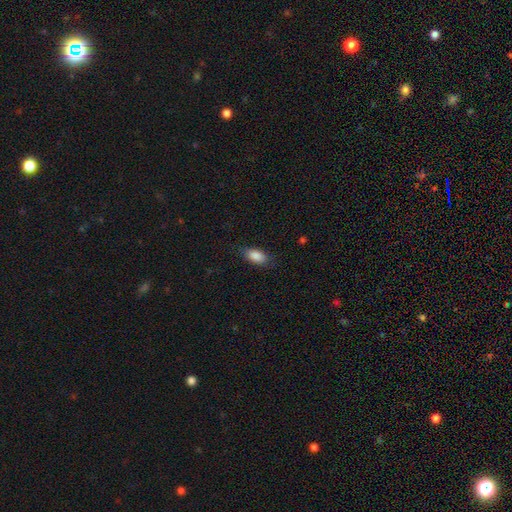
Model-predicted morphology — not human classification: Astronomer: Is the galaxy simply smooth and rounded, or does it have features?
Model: smooth — 88%.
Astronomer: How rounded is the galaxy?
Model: in between — 91%.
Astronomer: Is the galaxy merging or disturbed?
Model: none — 81%.